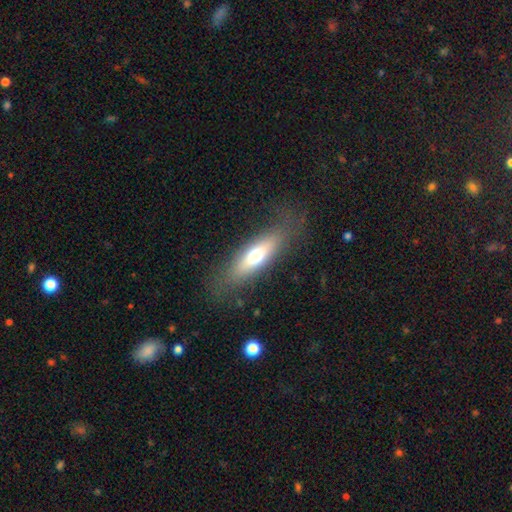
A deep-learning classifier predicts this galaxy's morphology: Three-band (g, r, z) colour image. It shows a smooth galaxy with no disk features (59%) that is in between round and cigar-shaped (49%). Merging: none (80%).